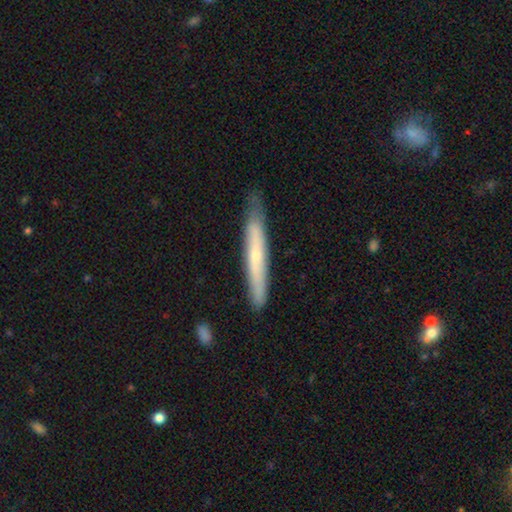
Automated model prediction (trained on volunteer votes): Smooth or featured?
  - featured or disk: 48% *
  - smooth: 47%
  - star or artifact: 5%
Merging?
  - none: 77% *
  - minor disturbance: 18%
  - major disturbance: 3%
  - merger: 1%